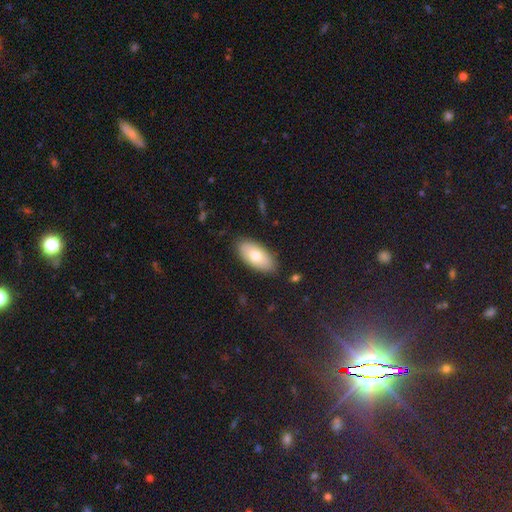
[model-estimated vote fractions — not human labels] Smooth or featured: smooth — 73% (featured or disk — 21%)
How rounded: in between — 92% (cigar-shaped — 6%)
Merging: none — 87% (minor disturbance — 10%)